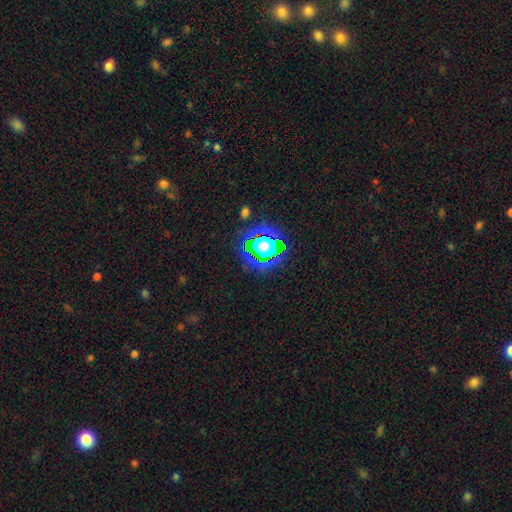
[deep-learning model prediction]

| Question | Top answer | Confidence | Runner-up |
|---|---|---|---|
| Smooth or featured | star or artifact | 80% | smooth (13%) |